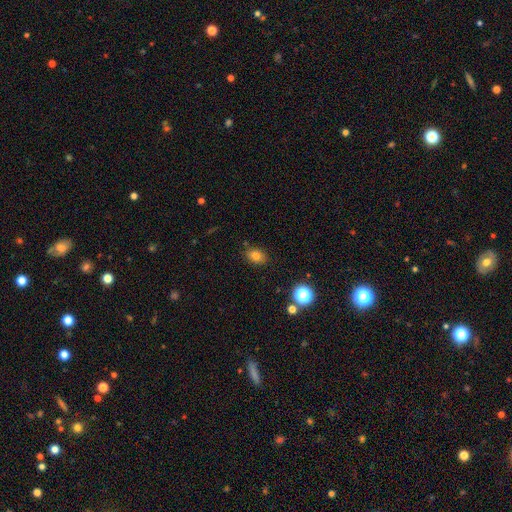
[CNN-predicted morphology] Smooth or featured? smooth (77%)
How rounded? in between (68%)
Merging? none (83%)